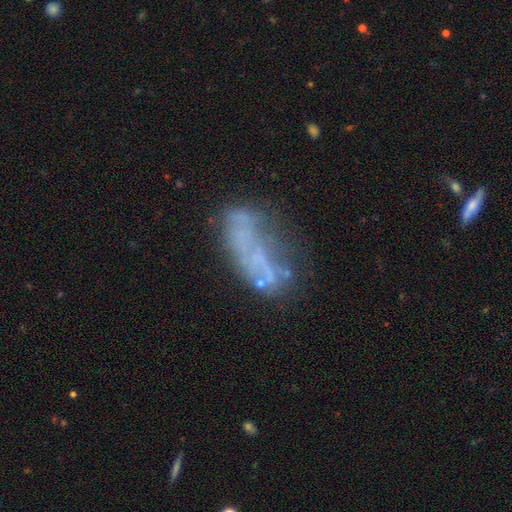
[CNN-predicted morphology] featured or disk 52%, smooth 31%, star or artifact 17%. Down the decision tree: edge-on disk — no (93%); merging — none (42%).